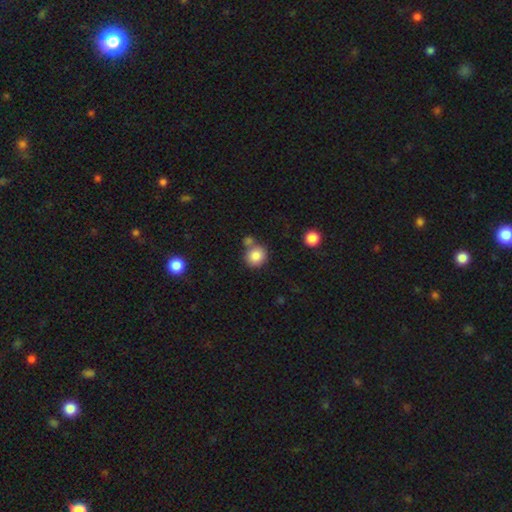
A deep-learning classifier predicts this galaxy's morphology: smooth 84%, star or artifact 9%, featured or disk 6%. Down the decision tree: how rounded — round (86%); merging — none (63%).